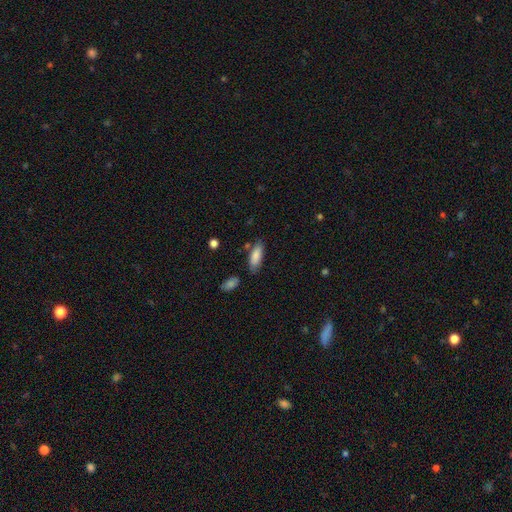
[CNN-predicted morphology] A smooth galaxy with no disk features (83%) that is in between round and cigar-shaped (70%). Merging: none (73%).